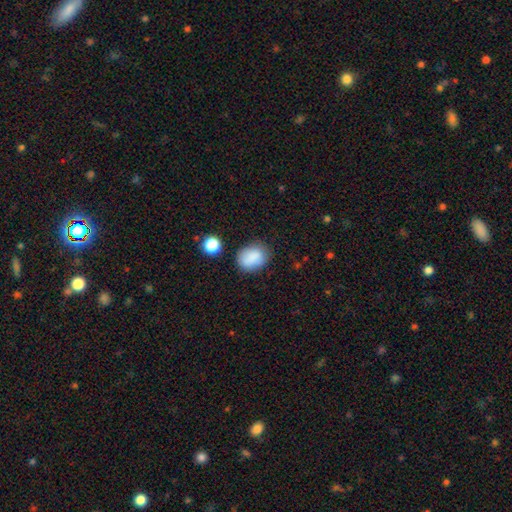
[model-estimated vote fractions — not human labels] Morphology: type=smooth (83%); roundness=in between (61%); merging=none (73%).